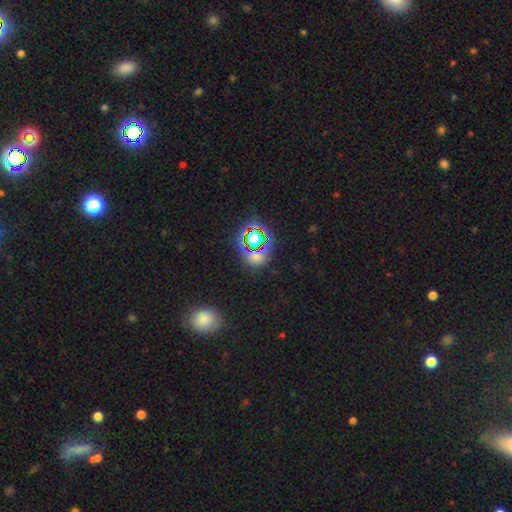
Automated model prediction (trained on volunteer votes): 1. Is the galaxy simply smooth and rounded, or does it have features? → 63% star or artifact, 28% smooth, 9% featured or disk.